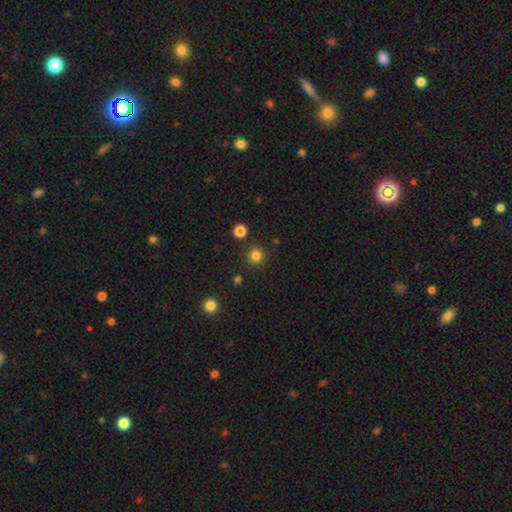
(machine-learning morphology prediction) A smooth galaxy with no disk features (83%) that is round (94%). Merging: none (89%).